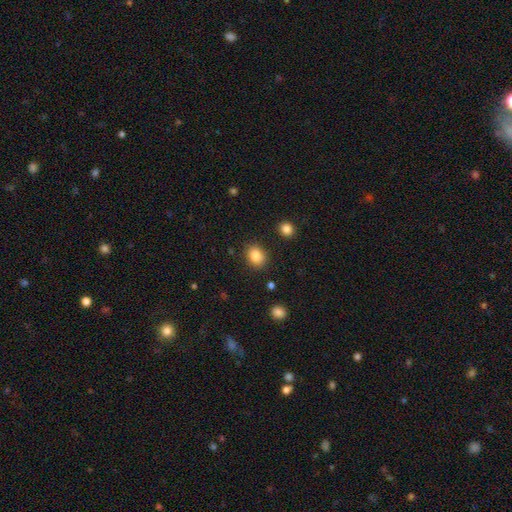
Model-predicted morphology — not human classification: Smooth or featured? smooth (86%)
How rounded? in between (50%)
Merging? none (85%)